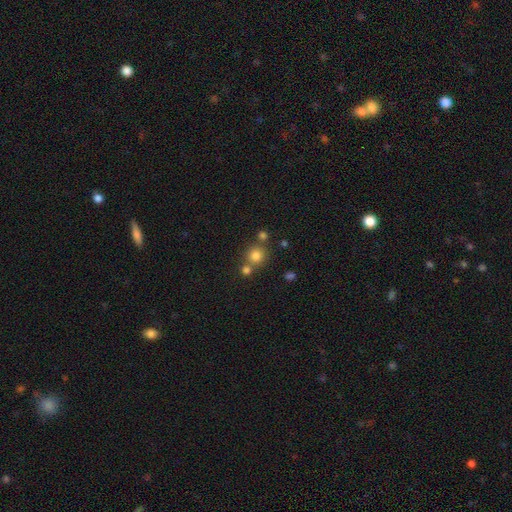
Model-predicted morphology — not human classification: Smooth or featured: smooth — 79% (star or artifact — 14%)
How rounded: round — 90% (in between — 9%)
Merging: none — 65% (merger — 24%)